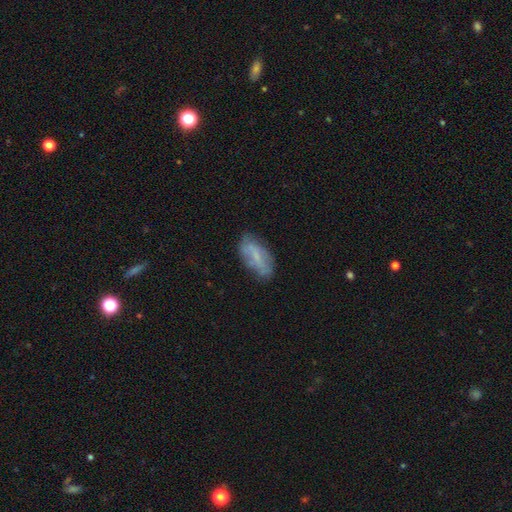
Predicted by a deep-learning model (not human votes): Smooth or featured?
  - smooth: 51% *
  - featured or disk: 40%
  - star or artifact: 8%
How rounded?
  - in between: 88% *
  - cigar-shaped: 9%
  - round: 3%
Merging?
  - none: 64% *
  - minor disturbance: 25%
  - major disturbance: 8%
  - merger: 2%